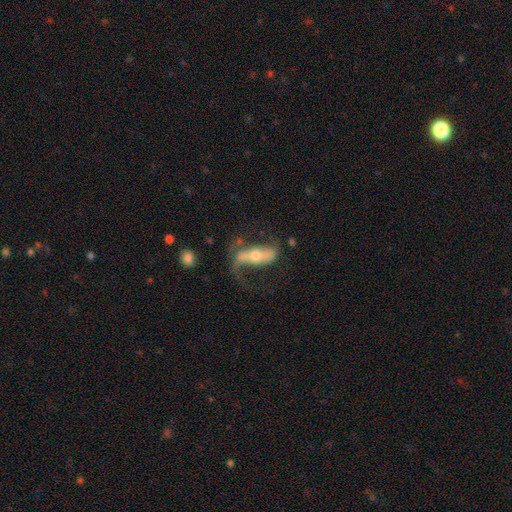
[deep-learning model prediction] Q: Smooth or featured?
A: featured or disk (70%); runner-up: smooth (24%)
Q: Edge-on disk?
A: no (80%); runner-up: yes (20%)
Q: Bar?
A: strong (48%); runner-up: no (28%)
Q: Spiral arms?
A: yes (80%); runner-up: no (20%)
Q: Bulge size?
A: moderate (53%); runner-up: small (37%)
Q: Merging?
A: none (43%); runner-up: major disturbance (33%)